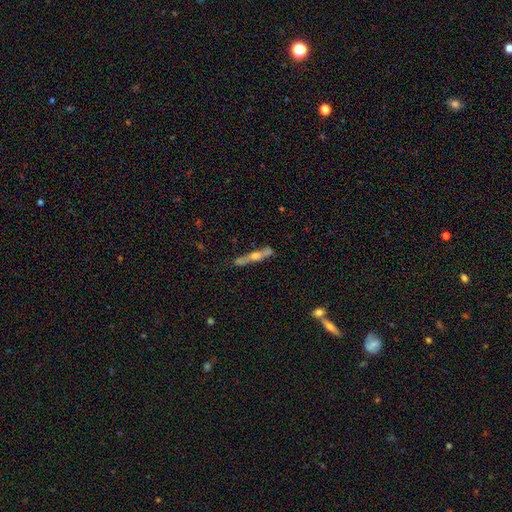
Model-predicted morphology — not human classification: type=featured or disk (60%); edge-on=yes (90%); edge-on bulge=rounded (88%); merging=none (77%).